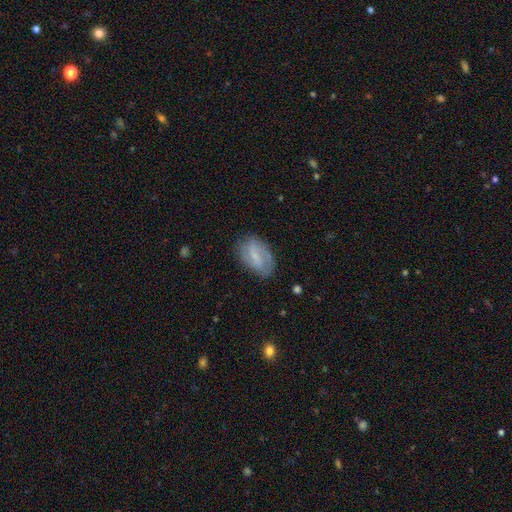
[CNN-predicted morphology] A featured or disk galaxy (55%) with a weak bar (52%), spiral arms (78%) and a small central bulge (55%). Merging: none (72%).